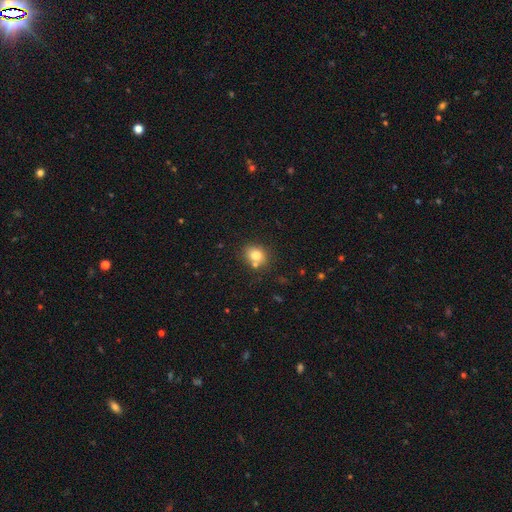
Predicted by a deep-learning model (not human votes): Overall: smooth (80%). How rounded: round (62%; in between 37%). Merging: none (65%).